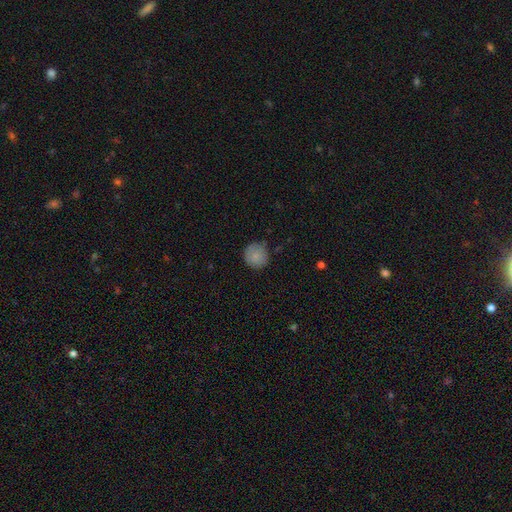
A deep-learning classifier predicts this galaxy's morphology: smooth-or-featured: smooth: 82% | featured or disk: 10% | star or artifact: 8%
  how-rounded: round: 93% | in between: 6% | cigar-shaped: 1%
  merging: none: 83% | minor disturbance: 13% | major disturbance: 3% | merger: 1%